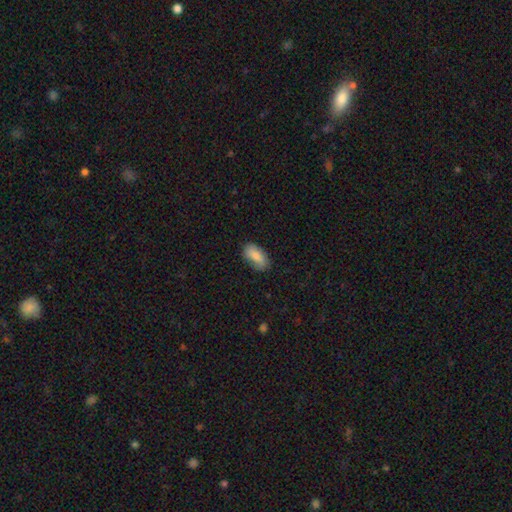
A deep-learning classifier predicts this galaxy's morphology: Smooth or featured: smooth — 83% (featured or disk — 10%)
How rounded: in between — 92% (cigar-shaped — 5%)
Merging: none — 72% (minor disturbance — 22%)